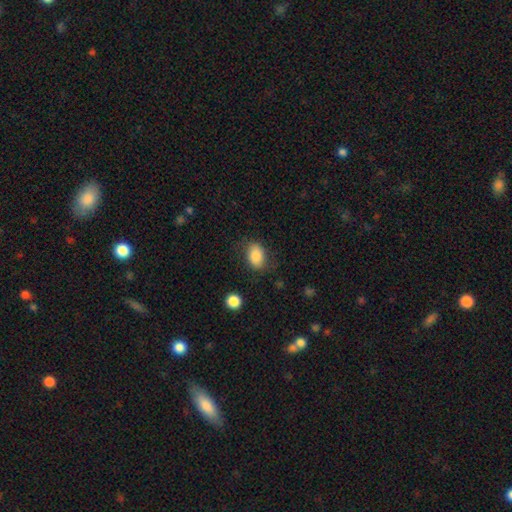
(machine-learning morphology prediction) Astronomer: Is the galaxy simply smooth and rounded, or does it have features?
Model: smooth — 83%.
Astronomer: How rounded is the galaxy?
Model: in between — 79%.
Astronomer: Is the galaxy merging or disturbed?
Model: none — 75%.